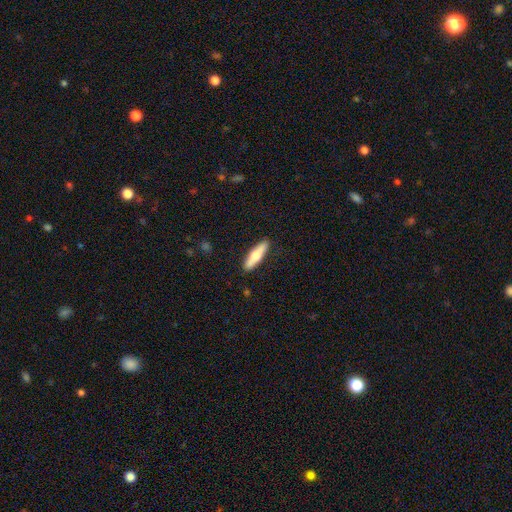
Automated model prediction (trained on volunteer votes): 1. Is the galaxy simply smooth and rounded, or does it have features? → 59% smooth, 35% featured or disk, 5% star or artifact.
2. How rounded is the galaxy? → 74% cigar-shaped, 24% in between, 2% round.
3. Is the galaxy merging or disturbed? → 89% none, 8% minor disturbance, 2% major disturbance, 1% merger.